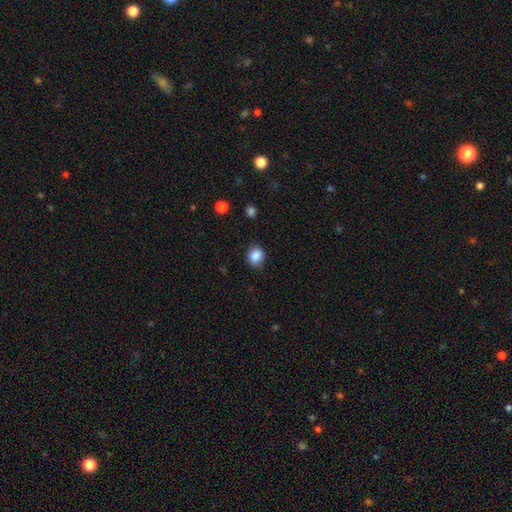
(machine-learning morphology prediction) This appears to be a smooth galaxy with no disk features (86%) that is round (70%). Merging: none (83%).